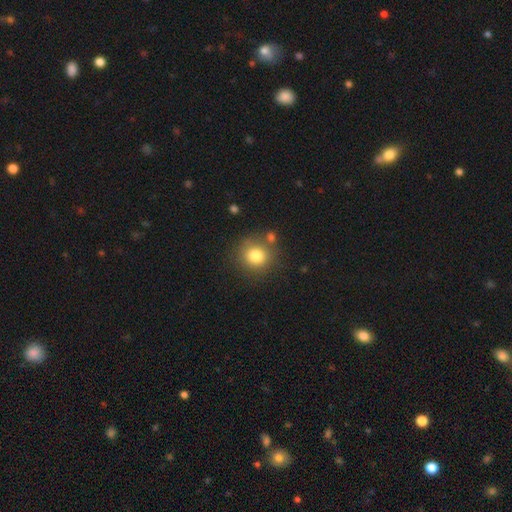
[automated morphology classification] Smooth or featured? Predicted: smooth (p=0.81). How rounded? Predicted: round (p=0.89). Merging? Predicted: none (p=0.78).